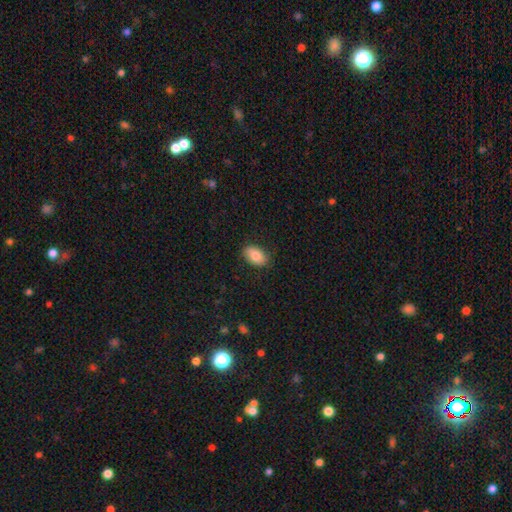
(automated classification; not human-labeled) Smooth or featured?
  - smooth: 81% *
  - featured or disk: 11%
  - star or artifact: 7%
How rounded?
  - in between: 88% *
  - round: 11%
  - cigar-shaped: 1%
Merging?
  - none: 84% *
  - minor disturbance: 13%
  - major disturbance: 2%
  - merger: 1%